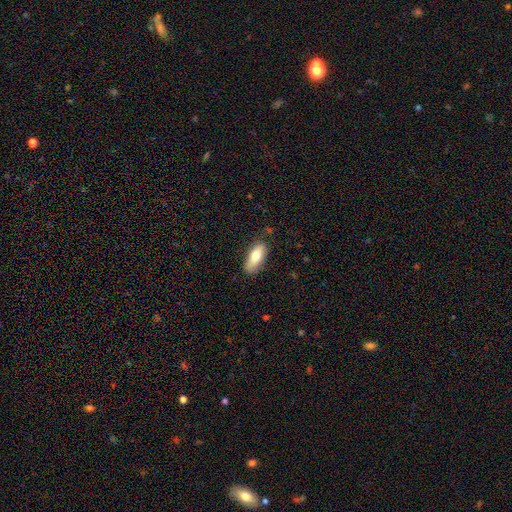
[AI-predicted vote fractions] smooth-or-featured: smooth: 76% | featured or disk: 18% | star or artifact: 6%
  how-rounded: in between: 75% | cigar-shaped: 22% | round: 2%
  merging: none: 78% | minor disturbance: 17% | major disturbance: 3% | merger: 2%